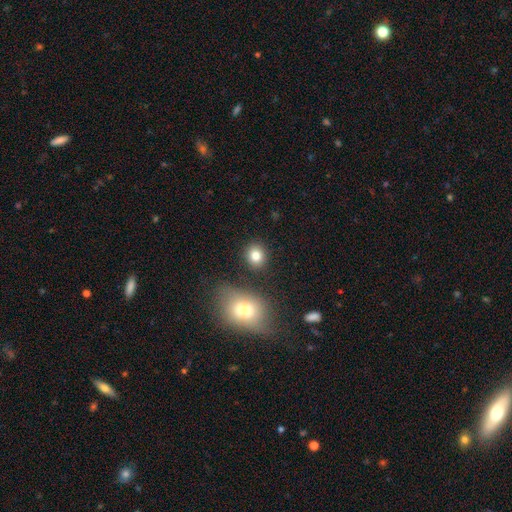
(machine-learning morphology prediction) Smooth or featured: smooth — 82% (star or artifact — 11%)
How rounded: round — 75% (in between — 23%)
Merging: none — 83% (minor disturbance — 8%)